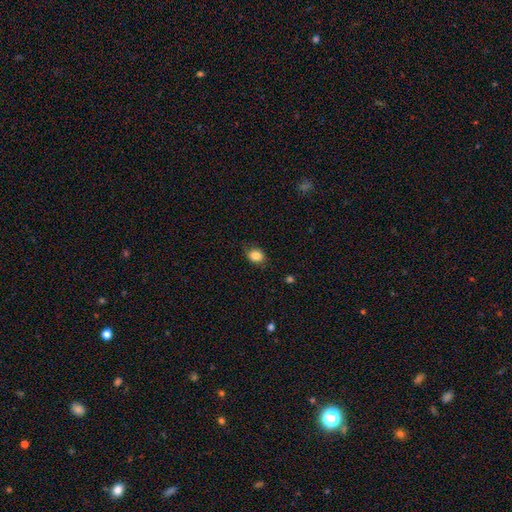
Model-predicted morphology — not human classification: A smooth galaxy with no disk features (85%) that is in between round and cigar-shaped (50%).

Vote fractions:
- Smooth or featured? smooth: 85% / star or artifact: 10% / featured or disk: 5%
- How rounded? in between: 50% / round: 49% / cigar-shaped: 1%
- Merging? none: 82% / minor disturbance: 14% / major disturbance: 3% / merger: 1%